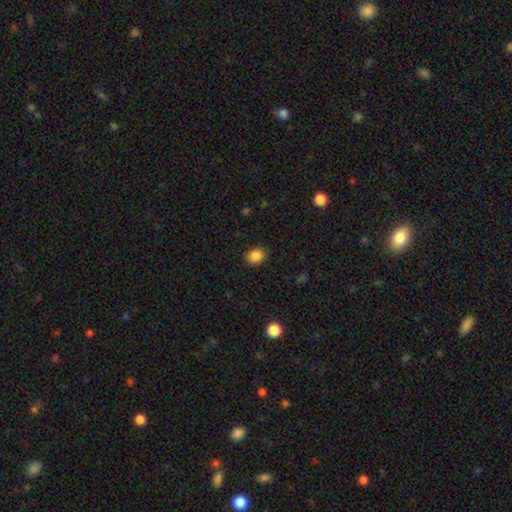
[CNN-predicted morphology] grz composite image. It shows a smooth galaxy with no disk features (87%) that is in between round and cigar-shaped (60%). Merging: none (87%).